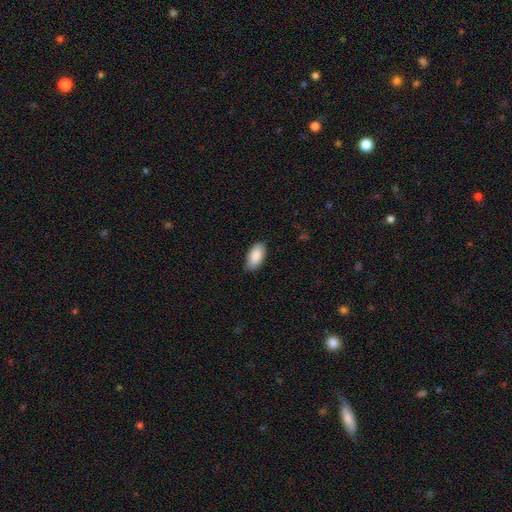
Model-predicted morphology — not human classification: A smooth galaxy with no disk features (89%) that is in between round and cigar-shaped (94%). Merging: none (85%).